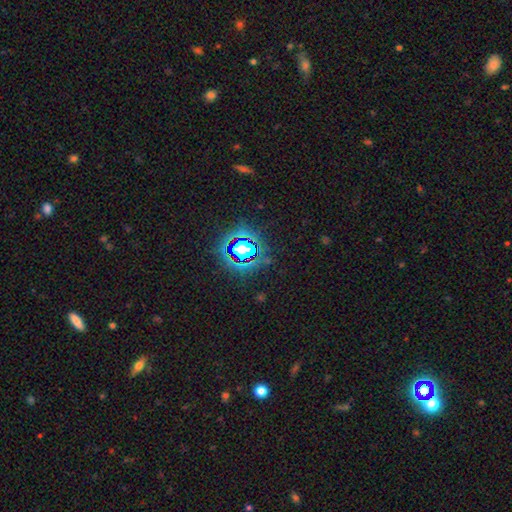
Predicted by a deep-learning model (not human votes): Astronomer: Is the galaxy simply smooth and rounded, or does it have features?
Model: star or artifact — 79%.